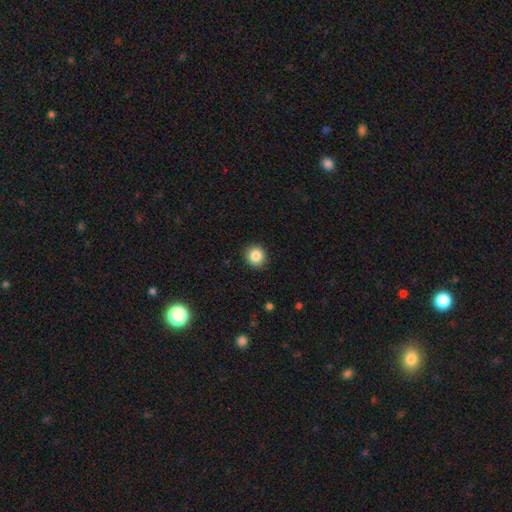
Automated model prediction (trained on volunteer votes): Morphology: type=smooth (86%); roundness=round (91%); merging=none (91%).